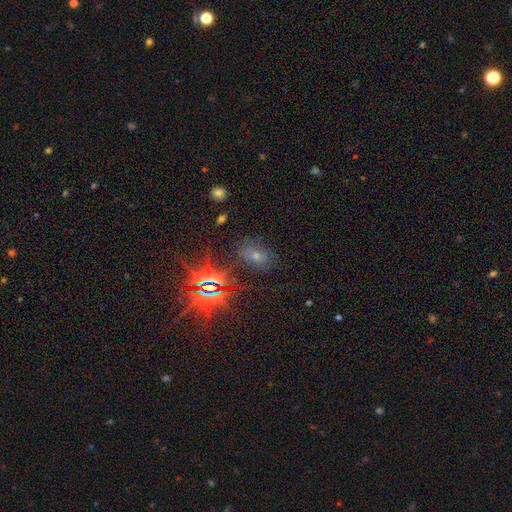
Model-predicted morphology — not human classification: Smooth or featured: smooth — 47% (star or artifact — 36%)
Merging: none — 72% (minor disturbance — 17%)